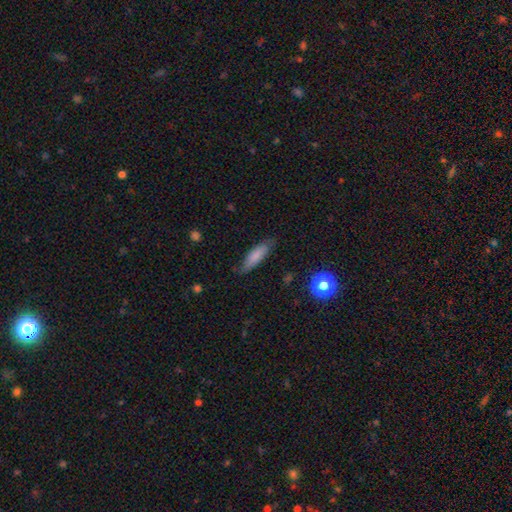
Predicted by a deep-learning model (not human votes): This appears to be a smooth galaxy with no disk features (77%) that is cigar-shaped (57%). Merging: none (77%).